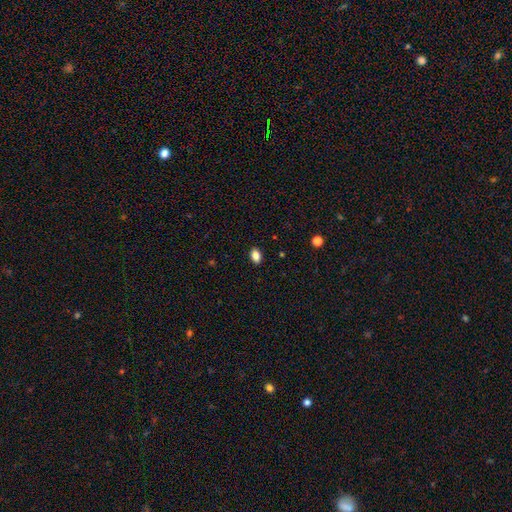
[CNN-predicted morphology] Q: Smooth or featured?
A: smooth (86%); runner-up: star or artifact (10%)
Q: How rounded?
A: in between (85%); runner-up: round (13%)
Q: Merging?
A: none (89%); runner-up: minor disturbance (8%)